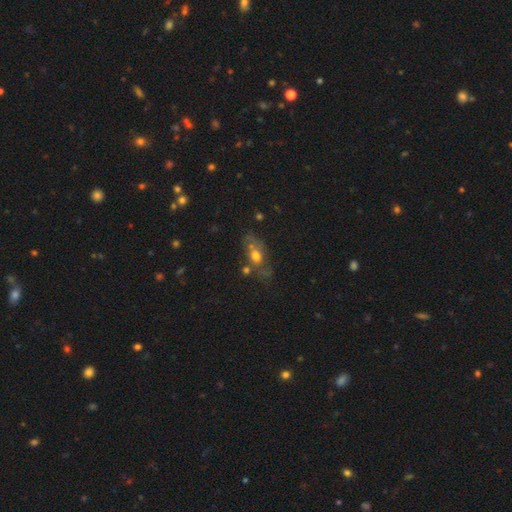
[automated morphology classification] type=smooth (50%); merging=none (45%).